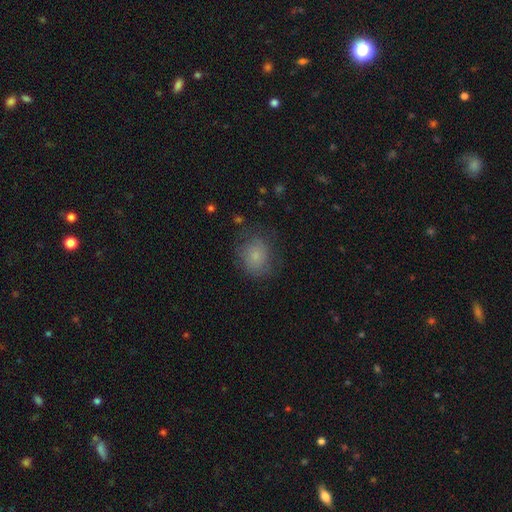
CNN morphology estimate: smooth 77%, featured or disk 13%, star or artifact 11%. Down the decision tree: how rounded — round (59%); merging — none (69%).